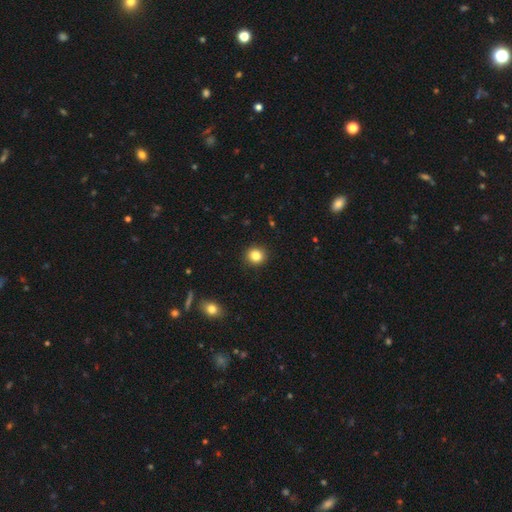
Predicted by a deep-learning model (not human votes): The model was most divided on "smooth or featured": smooth: 83%, star or artifact: 11%, featured or disk: 5%. More confident: merging — none (92%); how rounded — round (88%).